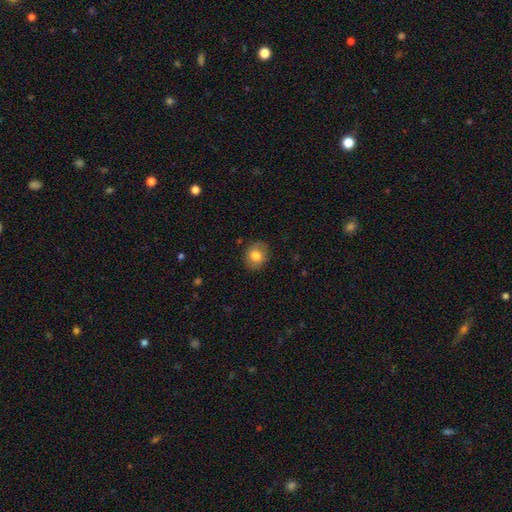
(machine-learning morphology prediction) Smooth or featured?
  - smooth: 79% *
  - featured or disk: 13%
  - star or artifact: 8%
How rounded?
  - round: 58% *
  - in between: 41%
  - cigar-shaped: 1%
Merging?
  - none: 84% *
  - minor disturbance: 12%
  - major disturbance: 3%
  - merger: 1%